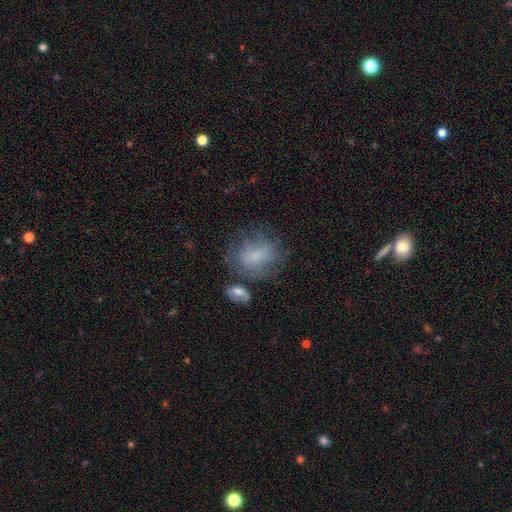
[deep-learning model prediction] Smooth or featured?
  - smooth: 61% *
  - featured or disk: 28%
  - star or artifact: 12%
How rounded?
  - in between: 51% *
  - round: 47%
  - cigar-shaped: 2%
Merging?
  - none: 50% *
  - minor disturbance: 23%
  - major disturbance: 18%
  - merger: 8%